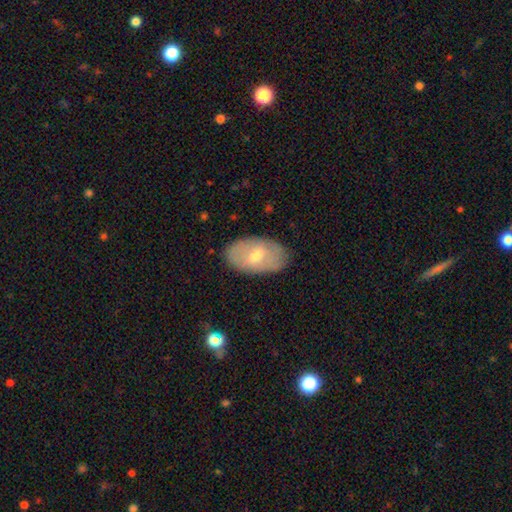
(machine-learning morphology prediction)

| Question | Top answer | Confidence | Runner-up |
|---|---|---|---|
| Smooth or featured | smooth | 52% | featured or disk (41%) |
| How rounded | in between | 92% | round (7%) |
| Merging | none | 84% | minor disturbance (12%) |